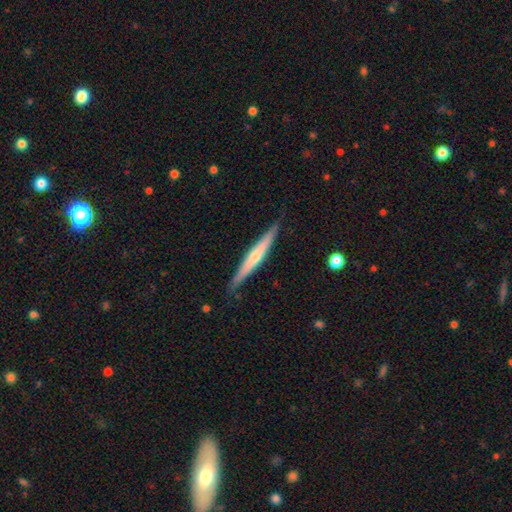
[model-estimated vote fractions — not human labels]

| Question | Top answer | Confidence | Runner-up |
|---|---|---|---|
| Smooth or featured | featured or disk | 61% | smooth (34%) |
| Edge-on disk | yes | 96% | no (4%) |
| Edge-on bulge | rounded | 65% | none (30%) |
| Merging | none | 88% | minor disturbance (10%) |